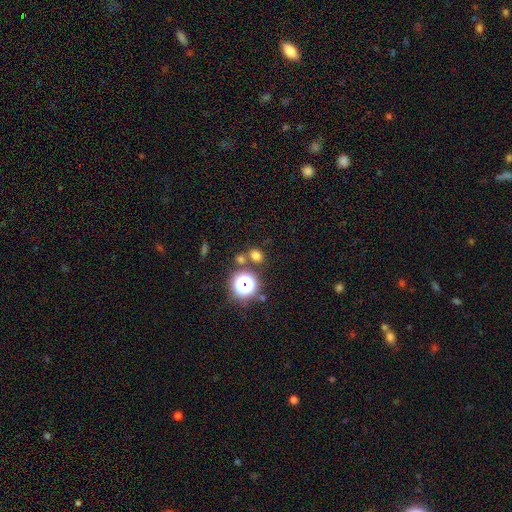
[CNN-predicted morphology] type=smooth (69%); roundness=round (65%); merging=none (73%).